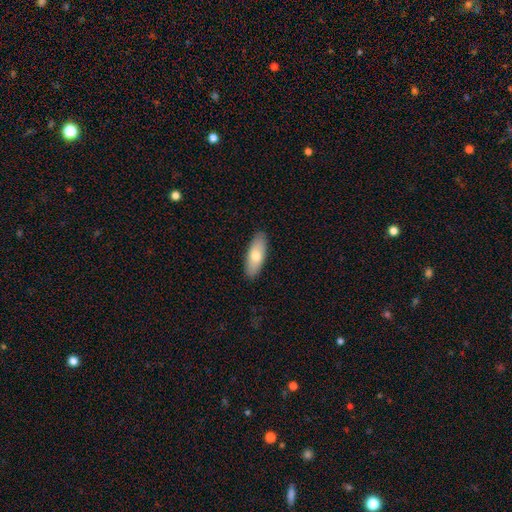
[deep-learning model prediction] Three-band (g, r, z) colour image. It shows a smooth galaxy with no disk features (74%) that is in between round and cigar-shaped (72%). Merging: none (89%).